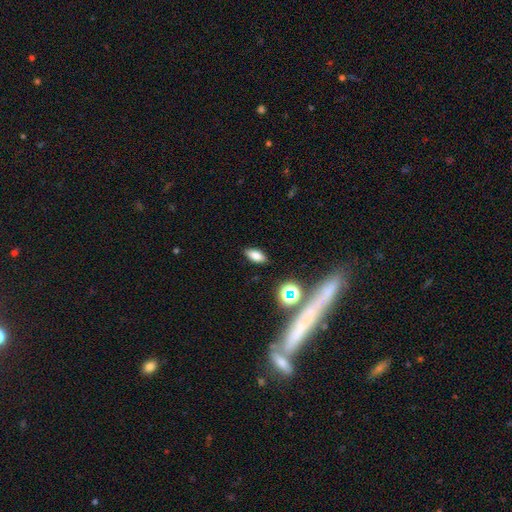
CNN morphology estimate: smooth_or_featured: smooth (p=0.73) [alt: star or artifact p=0.15]
how_rounded: in between (p=0.83) [alt: cigar-shaped p=0.12]
merging: none (p=0.87) [alt: minor disturbance p=0.09]